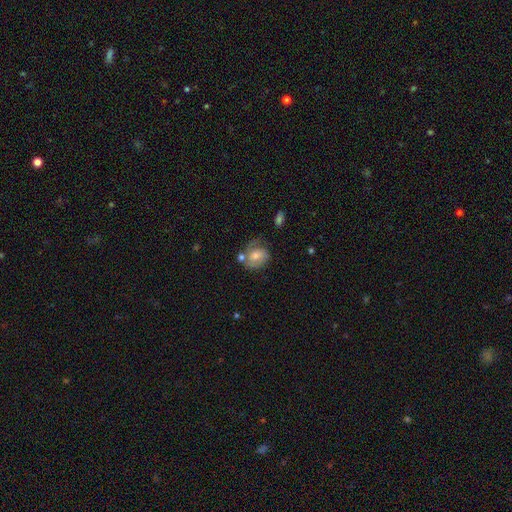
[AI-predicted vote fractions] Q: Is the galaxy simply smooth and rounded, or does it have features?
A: featured or disk — 53%.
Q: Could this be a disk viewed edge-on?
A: no — 97%.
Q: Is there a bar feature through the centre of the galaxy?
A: no — 62%.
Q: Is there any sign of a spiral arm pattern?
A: yes — 80%.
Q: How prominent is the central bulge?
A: moderate — 56%.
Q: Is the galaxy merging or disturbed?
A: none — 46%.